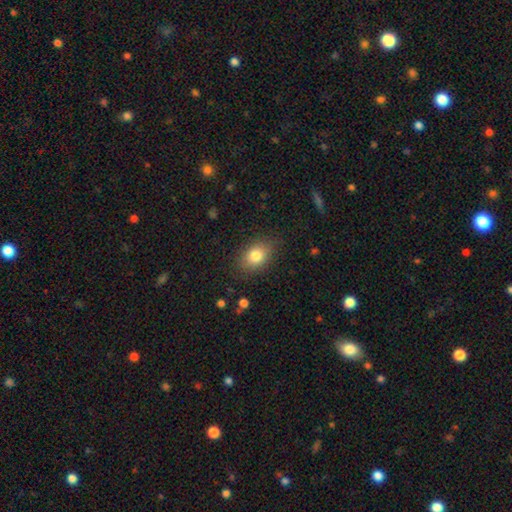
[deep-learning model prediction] Morphology: type=smooth (81%); roundness=in between (77%); merging=none (83%).